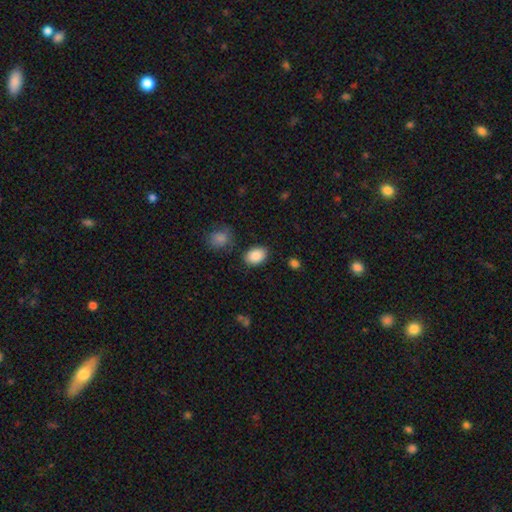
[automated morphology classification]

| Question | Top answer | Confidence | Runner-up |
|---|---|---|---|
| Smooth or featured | smooth | 88% | star or artifact (8%) |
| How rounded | in between | 77% | round (22%) |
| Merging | none | 82% | minor disturbance (12%) |